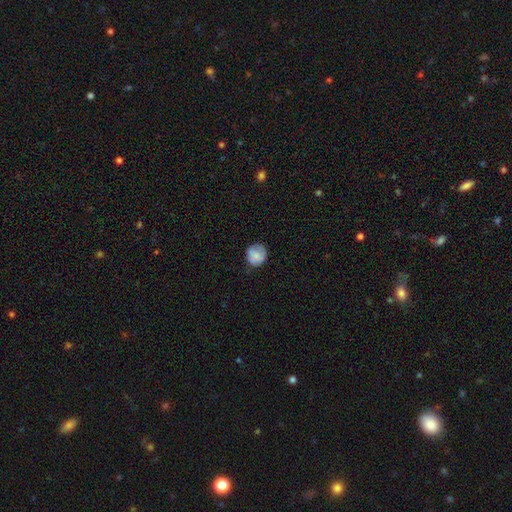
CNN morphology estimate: This is likely a smooth galaxy (77%). How rounded: clearly round (82%). Merging: likely none (67%).